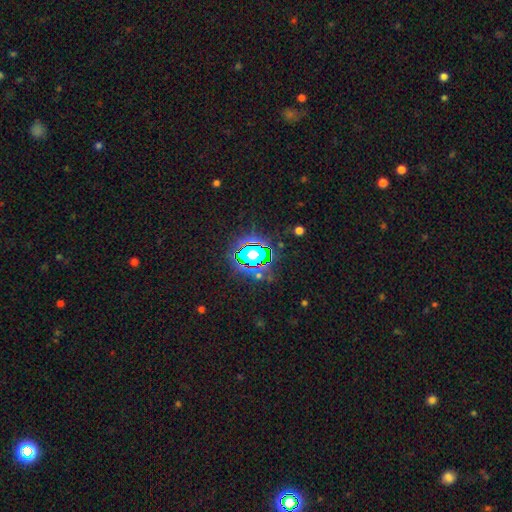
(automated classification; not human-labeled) A star or artifact, not a galaxy (61%).